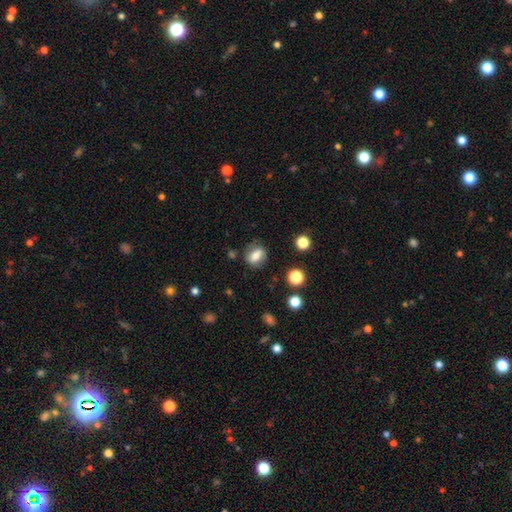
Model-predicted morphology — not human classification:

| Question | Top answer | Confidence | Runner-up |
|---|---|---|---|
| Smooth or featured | smooth | 67% | featured or disk (24%) |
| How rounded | in between | 61% | round (37%) |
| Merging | none | 74% | minor disturbance (17%) |